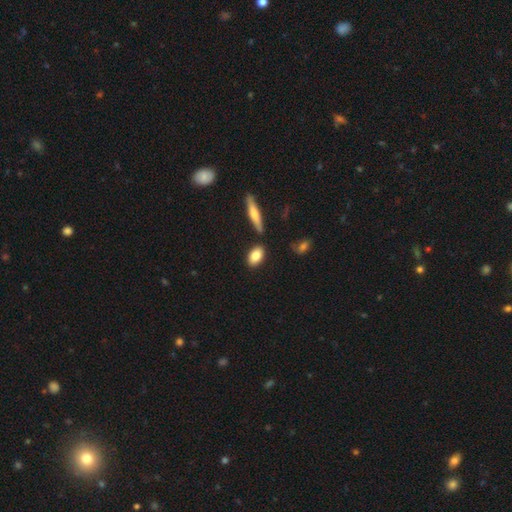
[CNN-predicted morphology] smooth_or_featured: smooth (p=0.81) [alt: featured or disk p=0.12]
how_rounded: in between (p=0.86) [alt: cigar-shaped p=0.07]
merging: none (p=0.82) [alt: minor disturbance p=0.10]